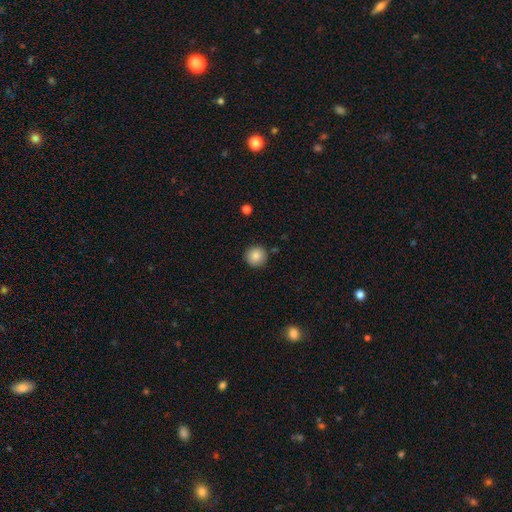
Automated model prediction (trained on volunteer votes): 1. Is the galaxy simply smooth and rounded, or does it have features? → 87% smooth, 9% star or artifact, 4% featured or disk.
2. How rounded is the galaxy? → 94% round, 5% in between, 1% cigar-shaped.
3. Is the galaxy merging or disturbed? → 89% none, 8% minor disturbance, 2% major disturbance, 2% merger.